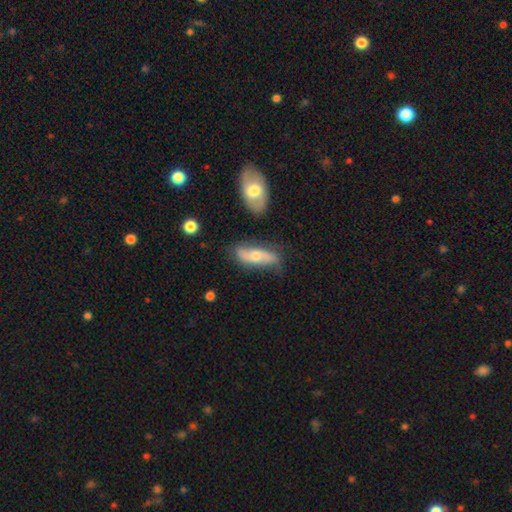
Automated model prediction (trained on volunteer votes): smooth_or_featured: featured or disk (p=0.56) [alt: smooth p=0.38]
disk_edge_on: no (p=0.73) [alt: yes p=0.27]
merging: none (p=0.65) [alt: minor disturbance p=0.23]